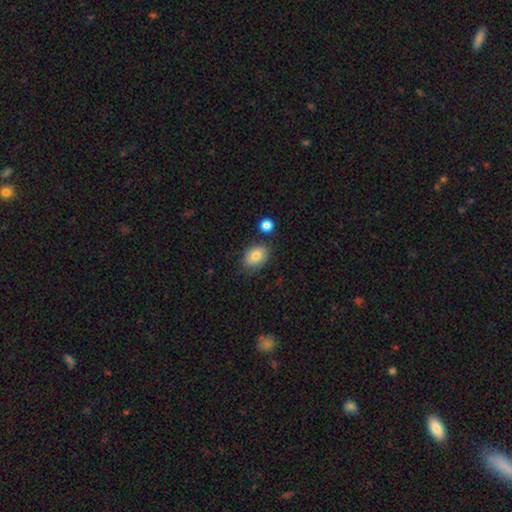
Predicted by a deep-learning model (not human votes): This is clearly a smooth galaxy (81%). How rounded: likely in between (72%). Merging: likely none (76%).